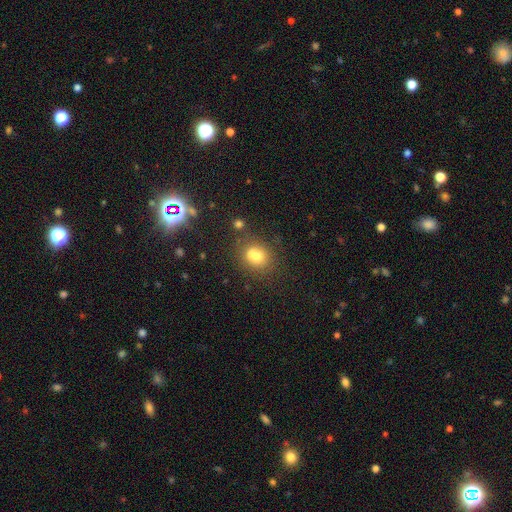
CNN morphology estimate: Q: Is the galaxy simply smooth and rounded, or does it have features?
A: smooth — 70%.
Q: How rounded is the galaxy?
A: round — 73%.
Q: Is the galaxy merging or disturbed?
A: none — 48%.